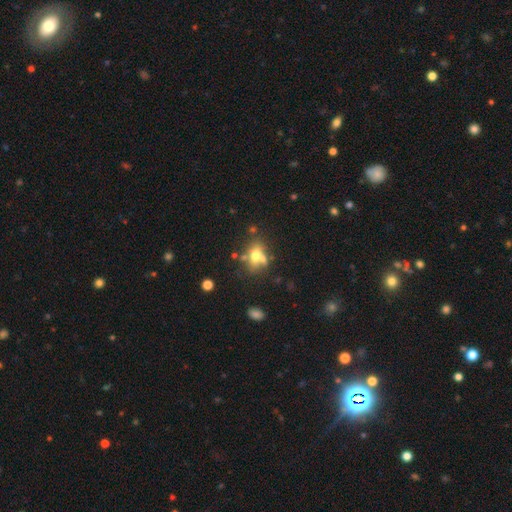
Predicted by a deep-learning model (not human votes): This is possibly a smooth galaxy (56%). How rounded: possibly in between (59%). Merging: possibly none (47%).